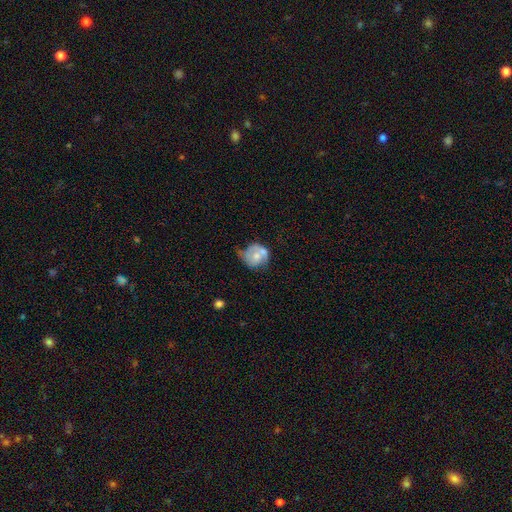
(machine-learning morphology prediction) The model was most divided on "smooth or featured": smooth: 47%, featured or disk: 46%, star or artifact: 7%. Remaining: merging — none (32%).